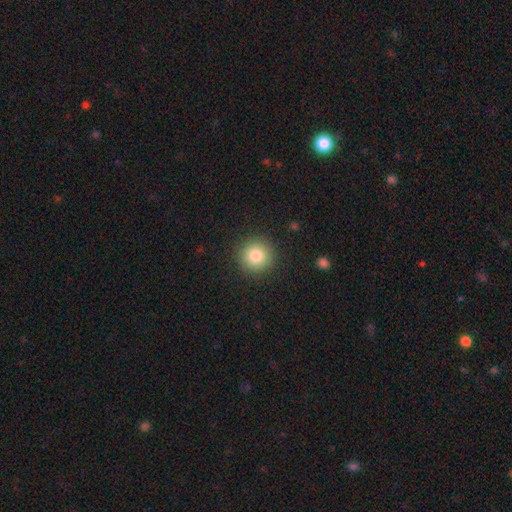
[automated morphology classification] This is clearly a smooth galaxy (83%). How rounded: clearly round (94%). Merging: clearly none (90%).